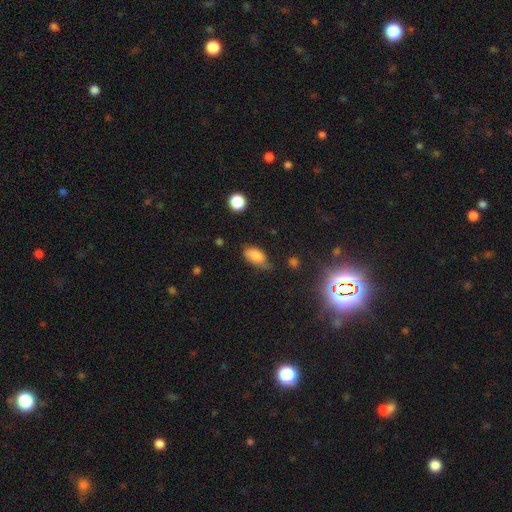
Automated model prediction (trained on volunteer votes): A smooth galaxy with no disk features (80%) that is in between round and cigar-shaped (91%).

Vote fractions:
- Smooth or featured? smooth: 80% / featured or disk: 11% / star or artifact: 9%
- How rounded? in between: 91% / round: 5% / cigar-shaped: 4%
- Merging? none: 47% / minor disturbance: 40% / major disturbance: 11% / merger: 3%